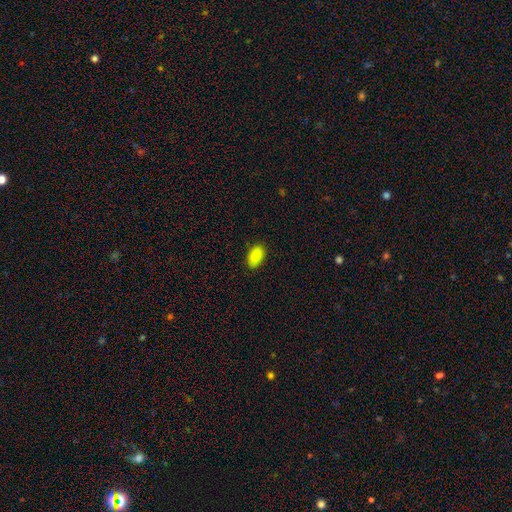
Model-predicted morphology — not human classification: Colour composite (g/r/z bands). It shows a smooth galaxy with no disk features (90%) that is in between round and cigar-shaped (94%). Merging: none (88%).